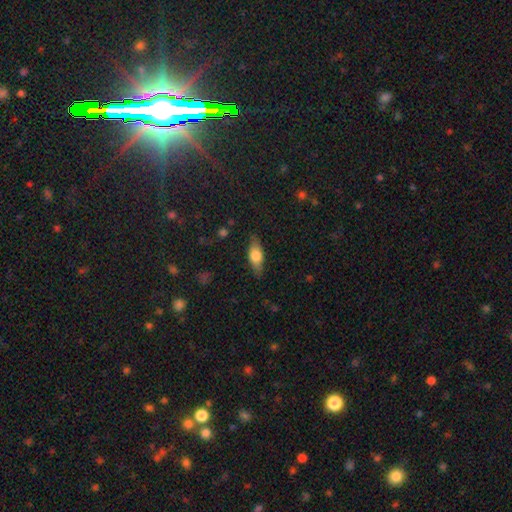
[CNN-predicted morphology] The model was most divided on "smooth or featured": smooth: 65%, featured or disk: 29%, star or artifact: 6%. More confident: merging — none (83%); how rounded — in between (73%).